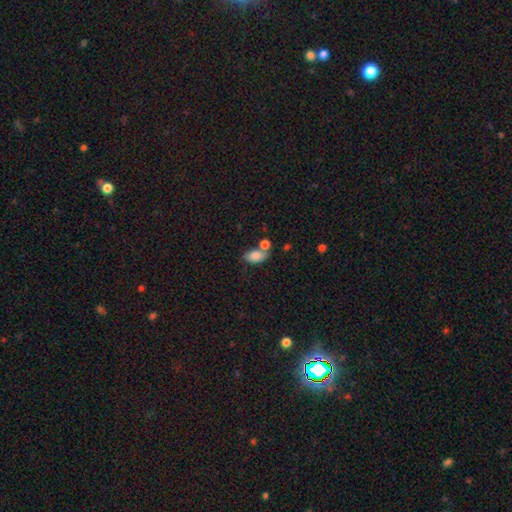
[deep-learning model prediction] Morphology: type=smooth (84%); roundness=in between (89%); merging=none (49%).